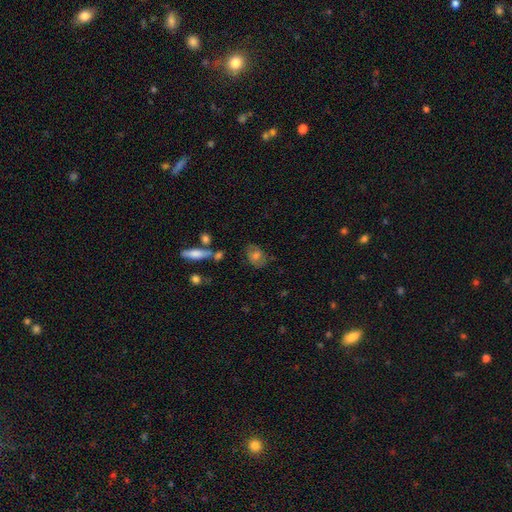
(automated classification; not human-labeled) This is likely a smooth galaxy (67%). How rounded: likely in between (70%). Merging: likely none (69%).